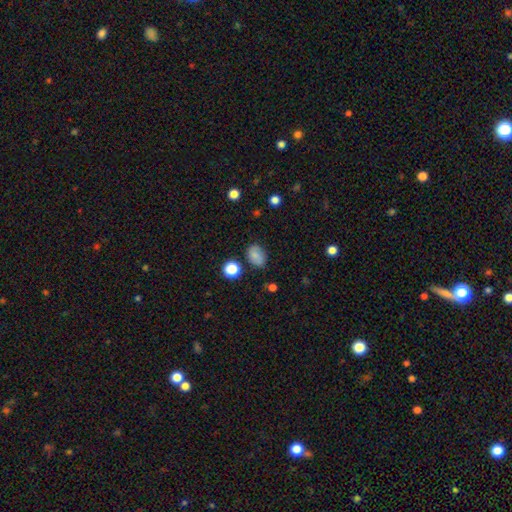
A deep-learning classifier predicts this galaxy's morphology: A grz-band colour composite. It shows a smooth galaxy with no disk features (79%) that is in between round and cigar-shaped (78%). Merging: none (76%).